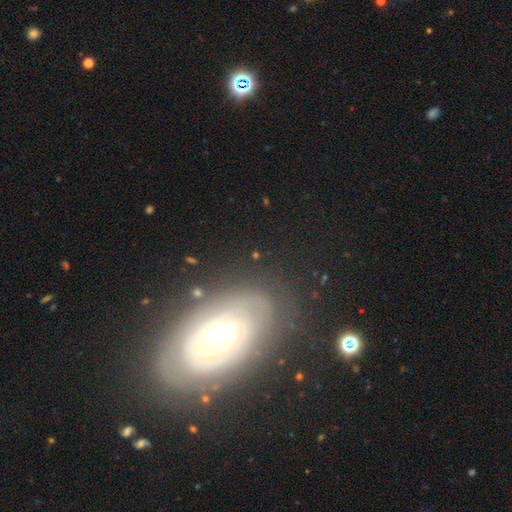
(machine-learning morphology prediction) This appears to be a featured or disk galaxy (69%) with no bar (37%, tied with weak), spiral arms (74%) and a moderate central bulge (57%). Merging: none (69%).